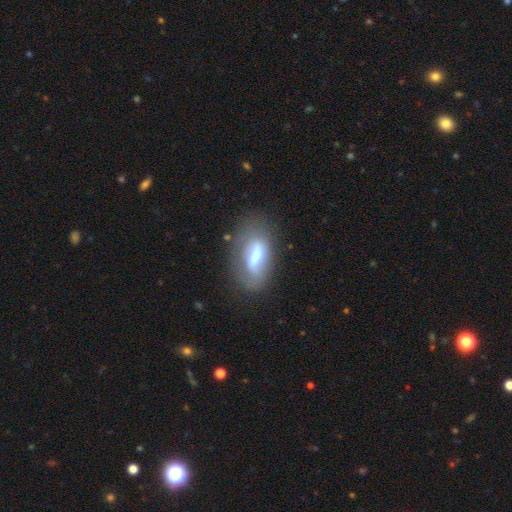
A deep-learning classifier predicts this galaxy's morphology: Smooth or featured? Predicted: smooth (p=0.46, tied with featured or disk). Merging? Predicted: none (p=0.68).